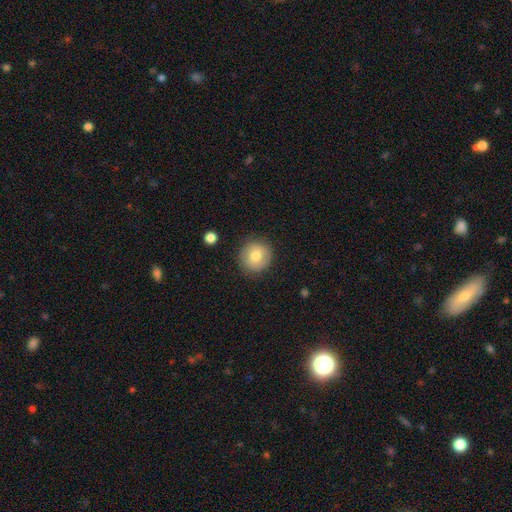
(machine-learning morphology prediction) Smooth or featured? Predicted: smooth (p=0.78). How rounded? Predicted: round (p=0.92). Merging? Predicted: none (p=0.88).